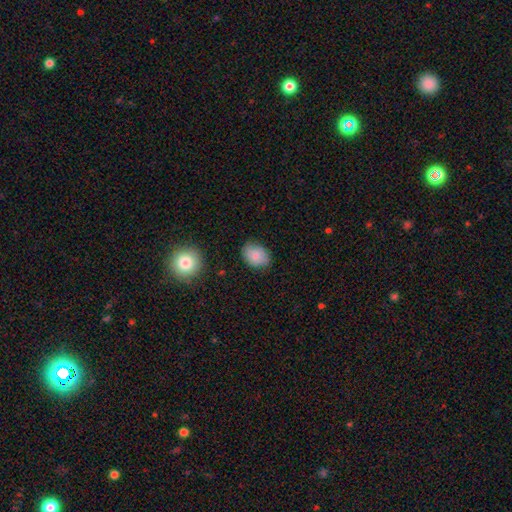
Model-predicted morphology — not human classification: smooth_or_featured: smooth (p=0.81) [alt: featured or disk p=0.11]
how_rounded: in between (p=0.65) [alt: round p=0.34]
merging: none (p=0.77) [alt: minor disturbance p=0.17]